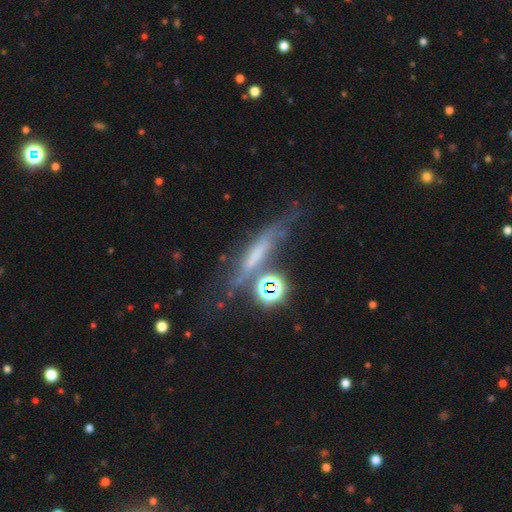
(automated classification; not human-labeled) Overall: featured or disk (44%; smooth 33%). Merging: none (48%; minor disturbance 23%).